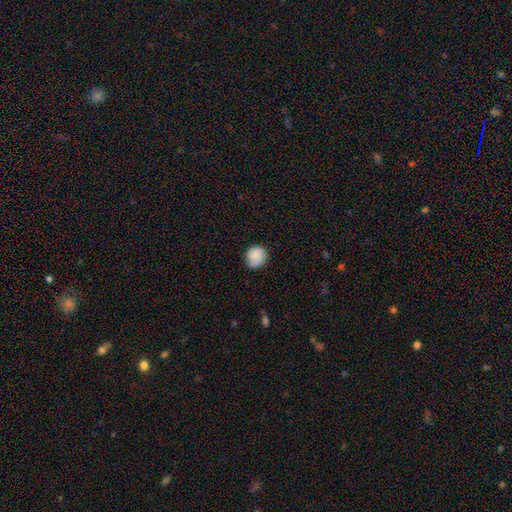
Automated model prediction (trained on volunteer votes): Overall: smooth (83%). How rounded: round (84%). Merging: none (74%).